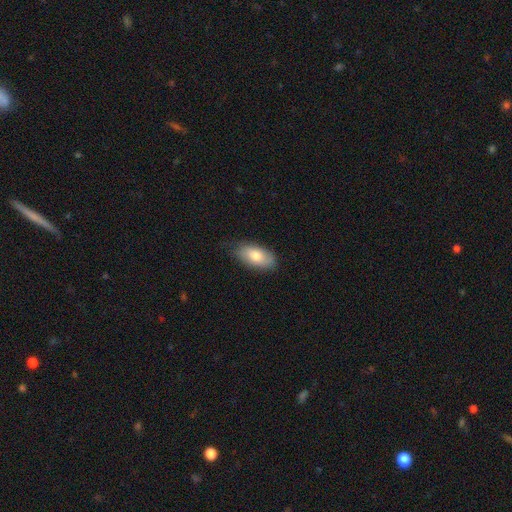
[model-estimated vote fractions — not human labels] This is likely a smooth galaxy (76%). How rounded: clearly in between (91%). Merging: likely none (77%).